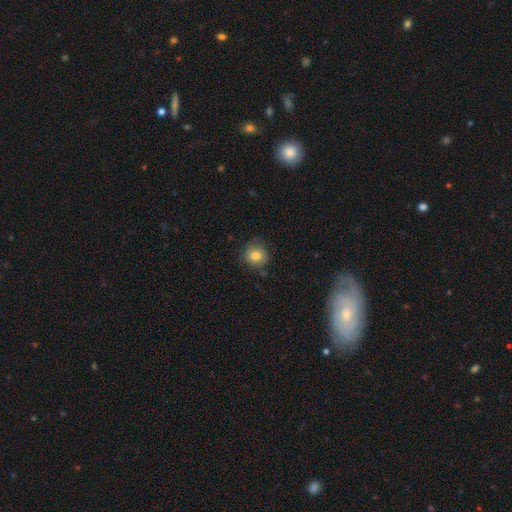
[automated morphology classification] This appears to be a smooth galaxy with no disk features (81%) that is round (87%). Merging: none (80%).